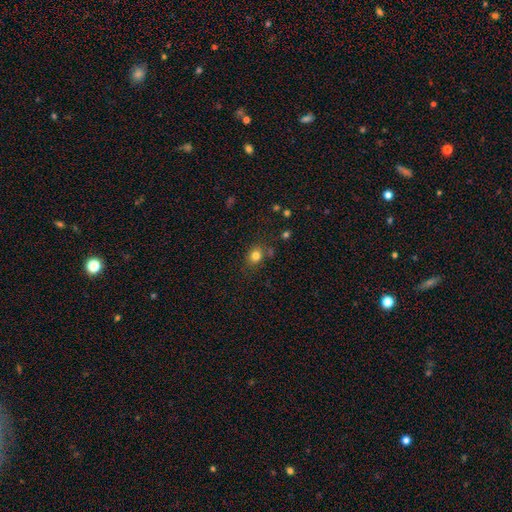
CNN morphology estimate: Smooth or featured: smooth — 81% (star or artifact — 13%)
How rounded: round — 65% (in between — 34%)
Merging: none — 77% (minor disturbance — 13%)